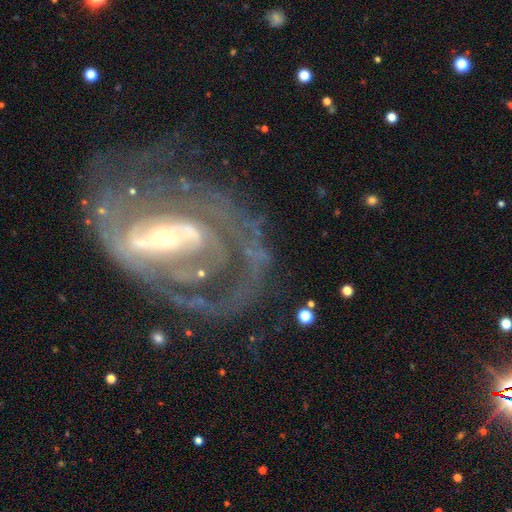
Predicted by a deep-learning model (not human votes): smooth-or-featured: featured or disk: 83% | smooth: 8% | star or artifact: 8%
  disk-edge-on: no: 95% | yes: 5%
    bar: strong: 40% | no: 31% | weak: 29%
    has-spiral-arms: yes: 84% | no: 16%
      spiral-winding: tight: 47% | medium: 35% | loose: 18%
      spiral-arm-count: 2: 38% | can't tell: 28% | 3: 12% | 1: 9% | 4: 7% | more than 4: 6%
    bulge-size: small: 63% | moderate: 27% | large: 5% | none: 3% | dominant: 2%
  merging: none: 53% | major disturbance: 27% | minor disturbance: 16% | merger: 5%